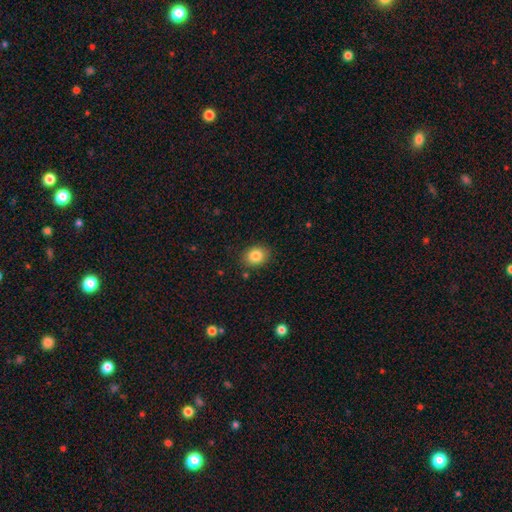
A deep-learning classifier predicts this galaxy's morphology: Smooth or featured? Predicted: smooth (p=0.85). How rounded? Predicted: in between (p=0.53). Merging? Predicted: none (p=0.87).